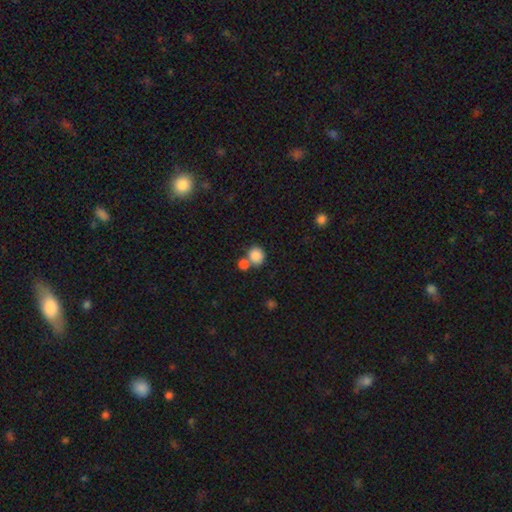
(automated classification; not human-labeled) This appears to be a smooth galaxy with no disk features (85%) that is round (80%). Merging: none (53%).